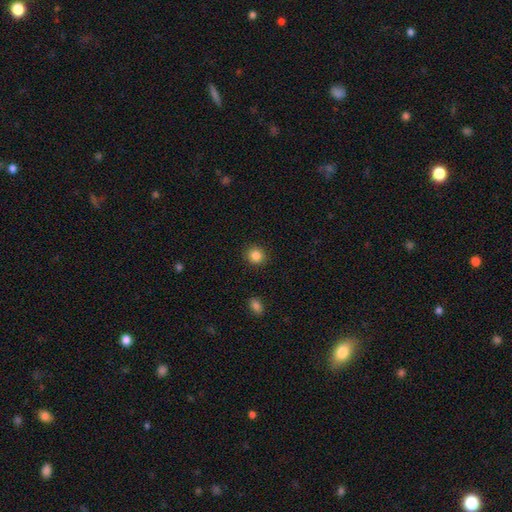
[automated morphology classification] Smooth or featured: smooth — 85% (star or artifact — 10%)
How rounded: round — 89% (in between — 10%)
Merging: none — 91% (minor disturbance — 6%)